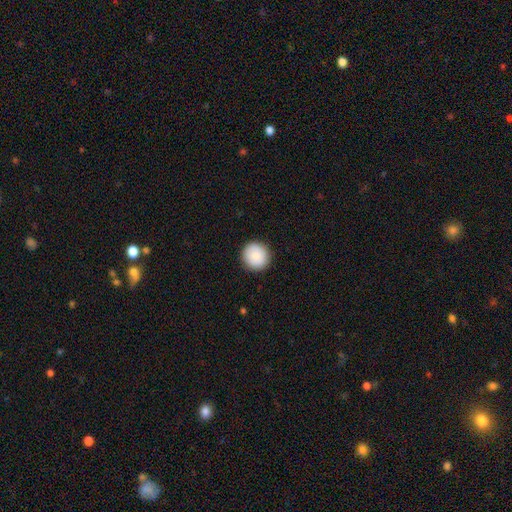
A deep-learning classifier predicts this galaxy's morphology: smooth 85%, featured or disk 8%, star or artifact 7%. Down the decision tree: how rounded — round (94%); merging — none (92%).